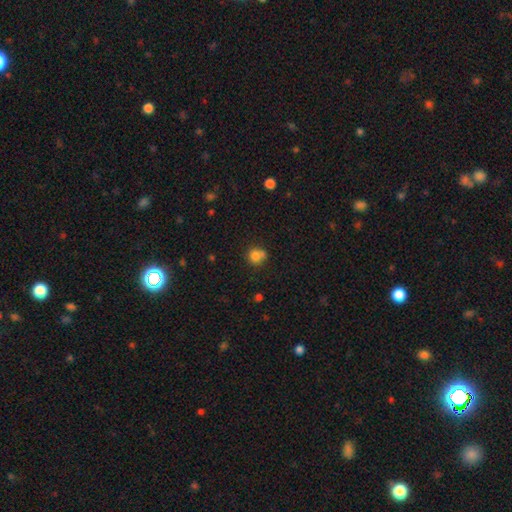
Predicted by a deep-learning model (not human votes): This is likely a smooth galaxy (79%). How rounded: clearly round (84%). Merging: possibly none (56%).